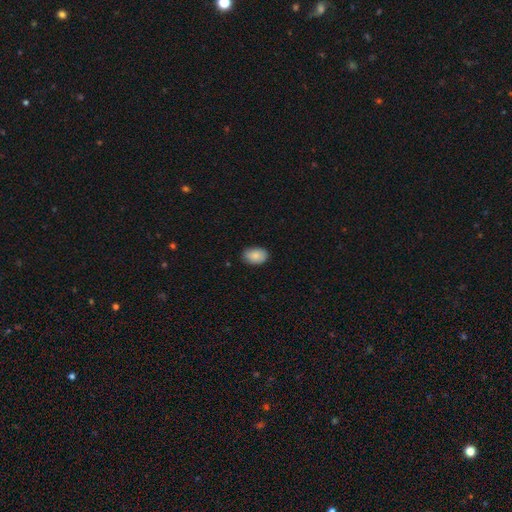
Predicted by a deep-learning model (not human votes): Q: Smooth or featured?
A: smooth (87%); runner-up: star or artifact (7%)
Q: How rounded?
A: in between (86%); runner-up: round (13%)
Q: Merging?
A: none (85%); runner-up: minor disturbance (12%)